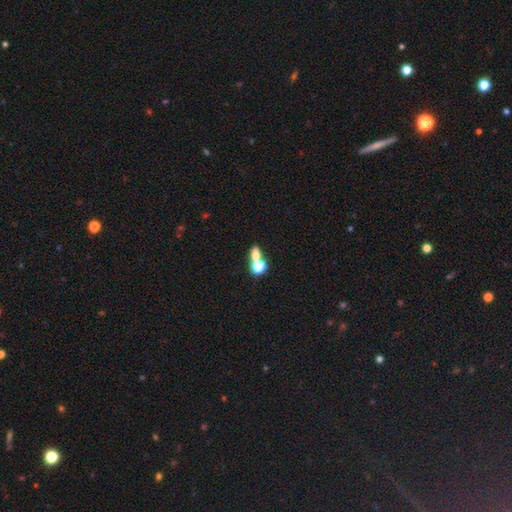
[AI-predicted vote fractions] Q: Smooth or featured?
A: smooth (69%); runner-up: star or artifact (15%)
Q: How rounded?
A: in between (56%); runner-up: round (40%)
Q: Merging?
A: merger (54%); runner-up: none (34%)